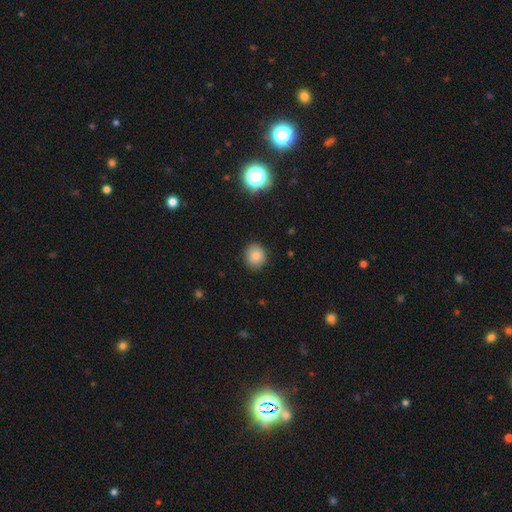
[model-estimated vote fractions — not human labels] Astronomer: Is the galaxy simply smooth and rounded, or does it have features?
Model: smooth — 82%.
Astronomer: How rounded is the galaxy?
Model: round — 81%.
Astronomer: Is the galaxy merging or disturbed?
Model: none — 88%.